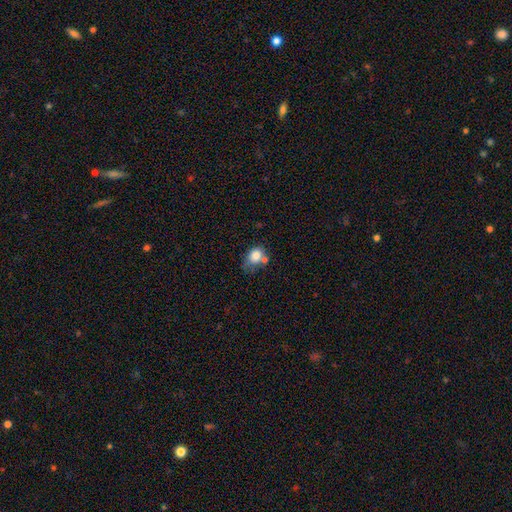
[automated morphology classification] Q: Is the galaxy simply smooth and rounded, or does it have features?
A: smooth — 80%.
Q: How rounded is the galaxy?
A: round — 50%.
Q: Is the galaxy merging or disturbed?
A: none — 39%.